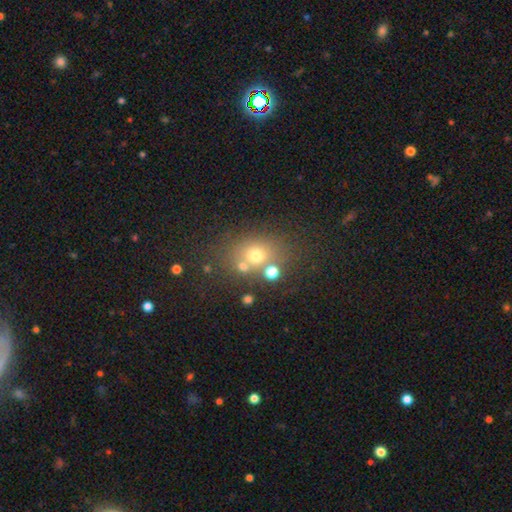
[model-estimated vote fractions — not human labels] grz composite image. It shows a smooth galaxy with no disk features (64%) that is round (60%). Merging: none (64%).